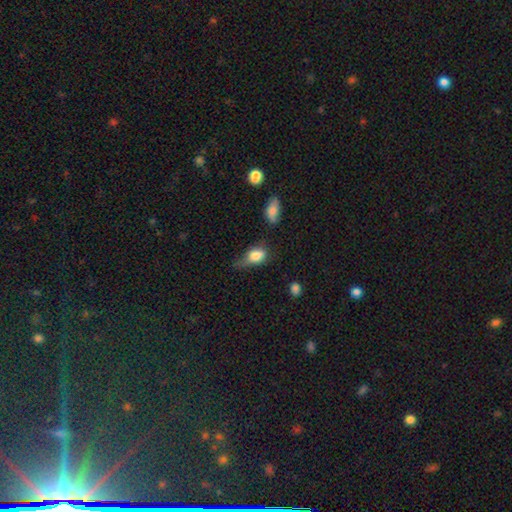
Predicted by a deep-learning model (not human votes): smooth-or-featured: smooth: 78% | featured or disk: 13% | star or artifact: 9%
  how-rounded: in between: 79% | round: 16% | cigar-shaped: 4%
  merging: minor disturbance: 39% | major disturbance: 29% | none: 26% | merger: 6%